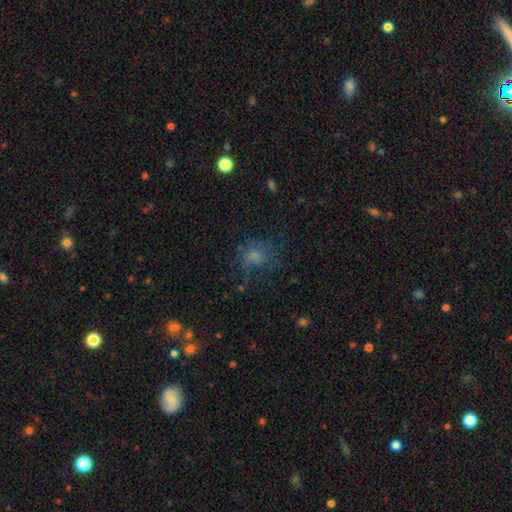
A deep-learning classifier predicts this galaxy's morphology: This appears to be a smooth galaxy with no disk features (51%) that is round (70%). Merging: none (61%).